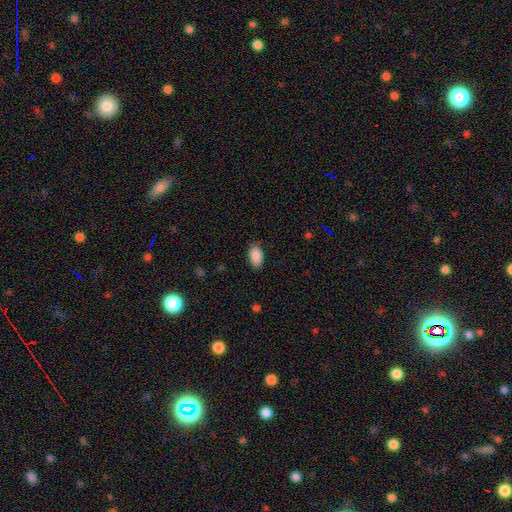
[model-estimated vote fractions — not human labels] Morphology: type=smooth (90%); roundness=in between (93%); merging=none (85%).